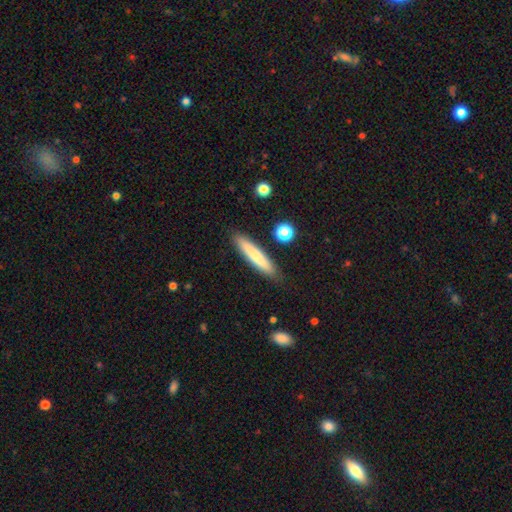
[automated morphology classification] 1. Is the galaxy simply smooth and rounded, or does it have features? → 74% smooth, 20% featured or disk, 6% star or artifact.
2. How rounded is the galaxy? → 89% cigar-shaped, 10% in between, 1% round.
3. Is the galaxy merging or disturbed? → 87% none, 9% minor disturbance, 2% merger, 2% major disturbance.